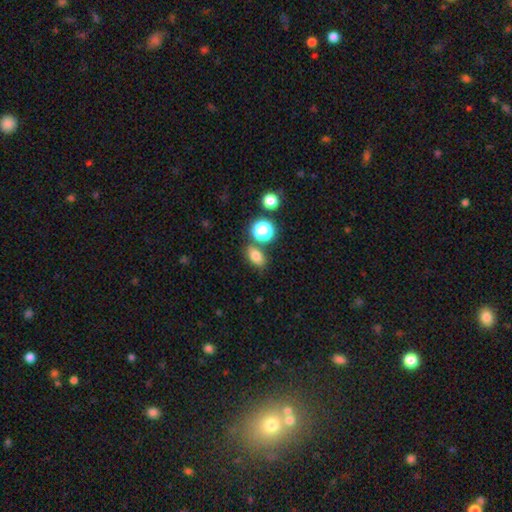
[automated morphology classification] The model was most divided on "how rounded": in between: 76%, round: 22%, cigar-shaped: 2%. More confident: smooth or featured — smooth (77%); merging — none (76%).